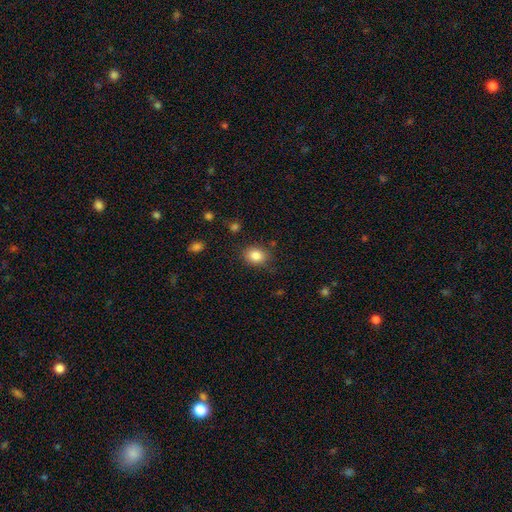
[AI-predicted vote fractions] This appears to be a smooth galaxy with no disk features (84%) that is in between round and cigar-shaped (50%). Merging: none (81%).